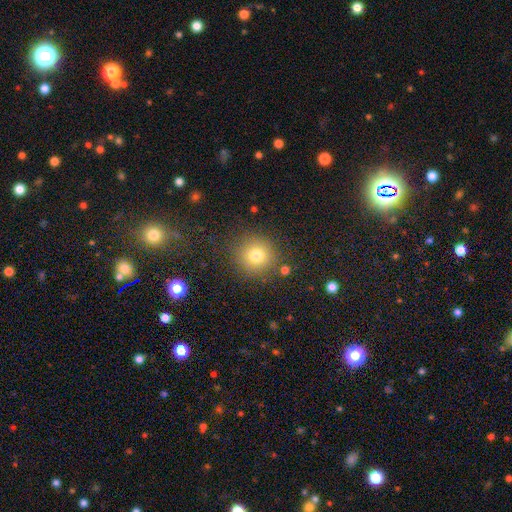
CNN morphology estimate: A smooth galaxy with no disk features (62%) that is round (94%).

Vote fractions:
- Smooth or featured? smooth: 62% / star or artifact: 31% / featured or disk: 8%
- How rounded? round: 94% / in between: 5% / cigar-shaped: 1%
- Merging? none: 88% / minor disturbance: 7% / major disturbance: 3% / merger: 3%